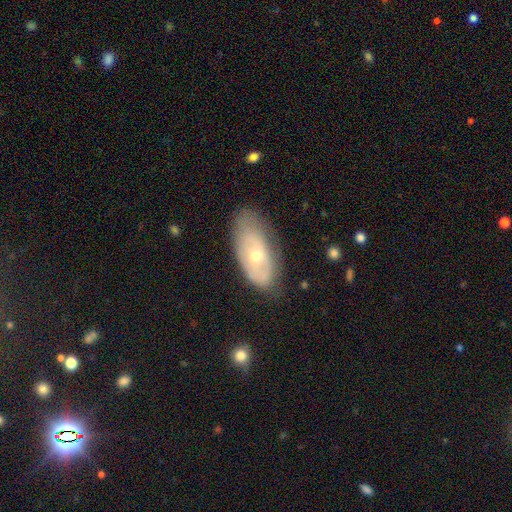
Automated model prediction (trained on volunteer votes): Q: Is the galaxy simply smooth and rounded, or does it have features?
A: featured or disk — 51%.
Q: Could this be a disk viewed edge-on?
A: no — 88%.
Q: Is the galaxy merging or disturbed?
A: none — 60%.